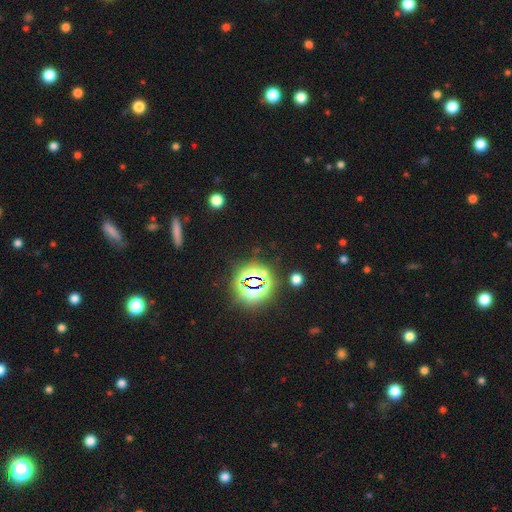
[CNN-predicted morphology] Overall: star or artifact (79%).